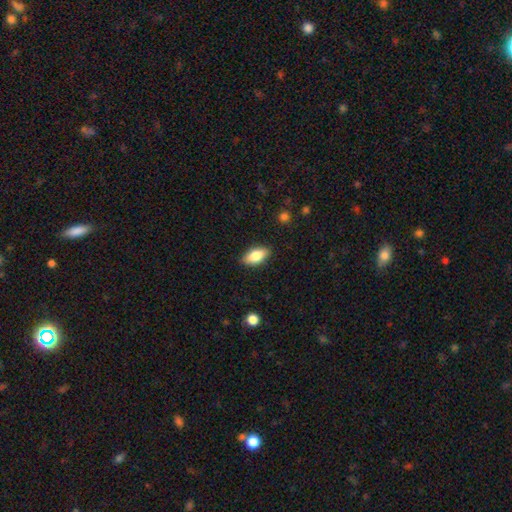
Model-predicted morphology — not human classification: Smooth or featured? smooth (79%)
How rounded? in between (87%)
Merging? none (88%)